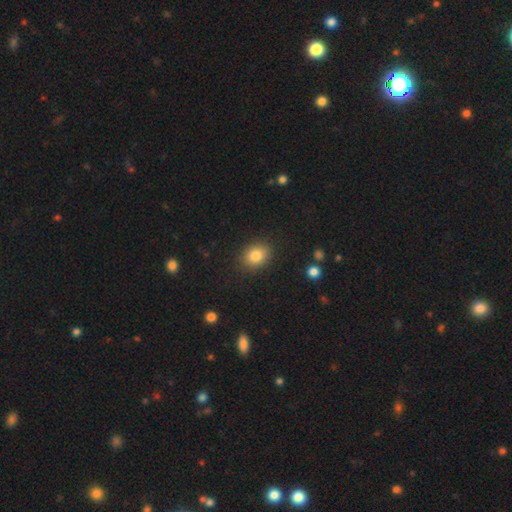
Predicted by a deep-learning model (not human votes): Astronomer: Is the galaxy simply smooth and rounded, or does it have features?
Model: smooth — 83%.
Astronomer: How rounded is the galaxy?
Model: in between — 54% (runner-up: round, 45%).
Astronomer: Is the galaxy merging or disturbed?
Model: none — 87%.